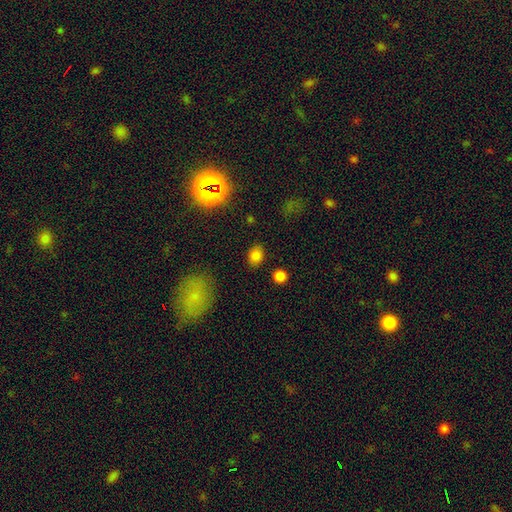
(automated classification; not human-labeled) Smooth or featured? Predicted: smooth (p=0.82). How rounded? Predicted: in between (p=0.64). Merging? Predicted: none (p=0.86).